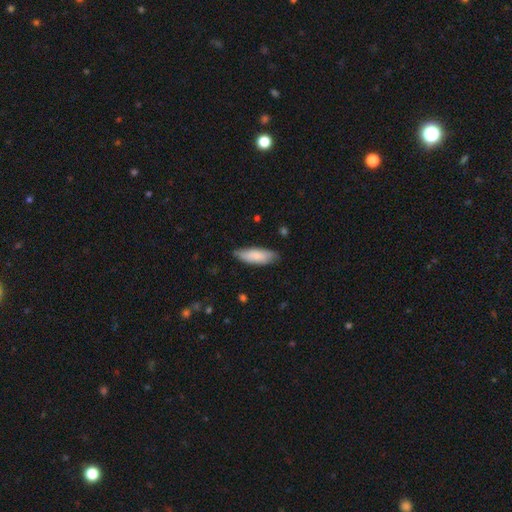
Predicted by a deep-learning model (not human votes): Morphology: type=smooth (78%); roundness=in between (66%); merging=none (74%).